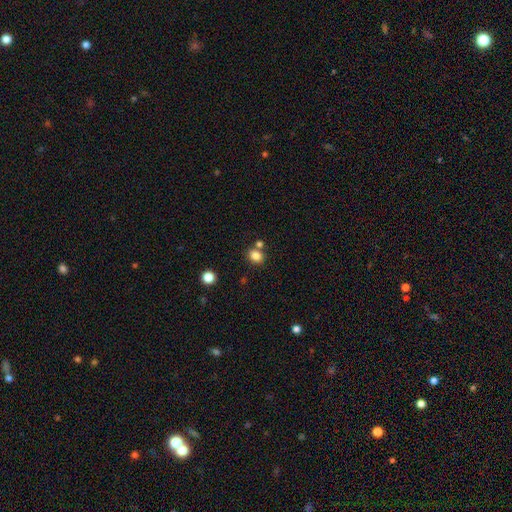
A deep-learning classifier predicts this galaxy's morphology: This is clearly a smooth galaxy (82%). How rounded: possibly round (55%). Merging: likely none (69%).